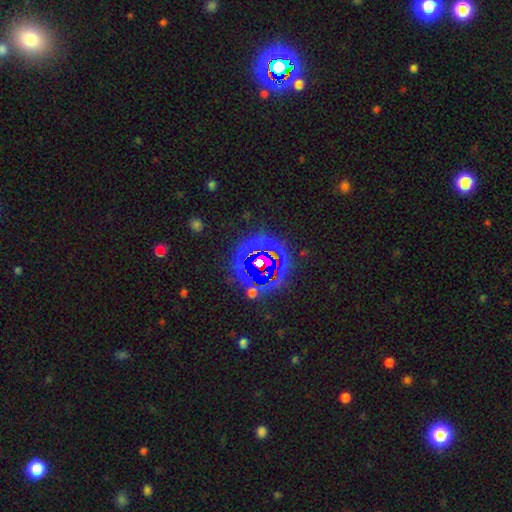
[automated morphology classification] Overall: star or artifact (79%).